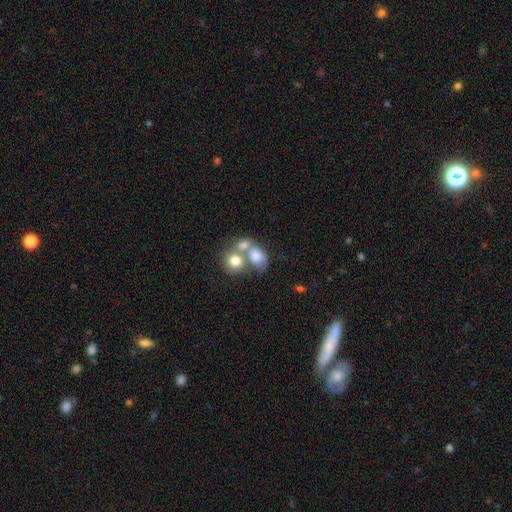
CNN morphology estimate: smooth-or-featured: smooth: 70% | featured or disk: 19% | star or artifact: 10%
  how-rounded: in between: 53% | round: 46% | cigar-shaped: 1%
  merging: merger: 60% | none: 25% | minor disturbance: 9% | major disturbance: 6%